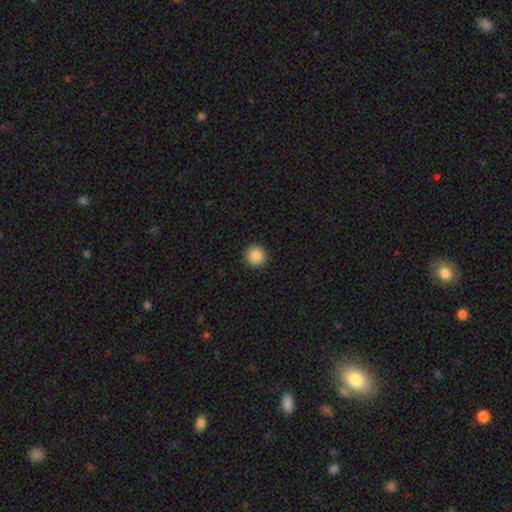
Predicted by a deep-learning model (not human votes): A smooth galaxy with no disk features (88%) that is round (95%).

Vote fractions:
- Smooth or featured? smooth: 88% / star or artifact: 9% / featured or disk: 3%
- How rounded? round: 95% / in between: 4% / cigar-shaped: 1%
- Merging? none: 93% / minor disturbance: 4% / major disturbance: 2% / merger: 1%